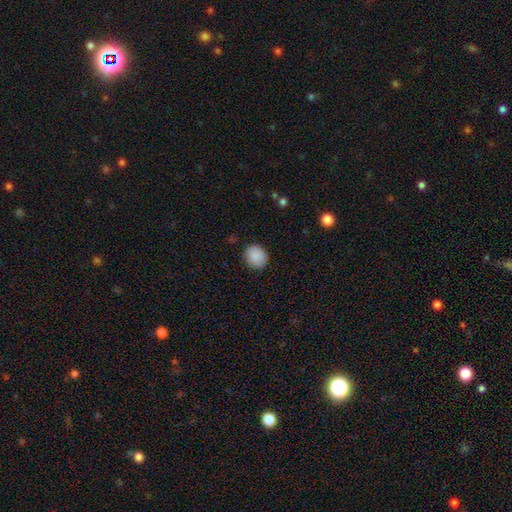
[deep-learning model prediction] Smooth or featured?
  - smooth: 89% *
  - star or artifact: 8%
  - featured or disk: 3%
How rounded?
  - round: 69% *
  - in between: 30%
  - cigar-shaped: 1%
Merging?
  - none: 85% *
  - minor disturbance: 11%
  - major disturbance: 2%
  - merger: 1%